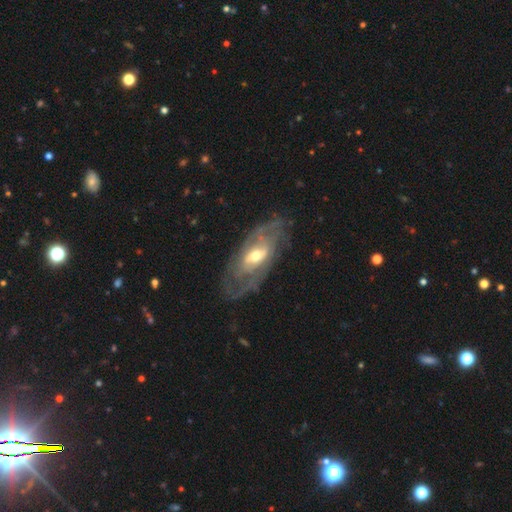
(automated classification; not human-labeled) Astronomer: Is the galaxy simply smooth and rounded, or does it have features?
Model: featured or disk — 80%.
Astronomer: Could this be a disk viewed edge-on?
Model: no — 90%.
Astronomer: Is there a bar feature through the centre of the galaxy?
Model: weak — 42% (runner-up: no, 39%).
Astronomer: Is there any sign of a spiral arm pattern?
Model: yes — 82%.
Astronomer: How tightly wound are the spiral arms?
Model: tight — 54% (runner-up: medium, 33%).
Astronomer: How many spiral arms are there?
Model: can't tell — 48% (runner-up: 2, 30%).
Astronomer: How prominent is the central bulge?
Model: moderate — 65%.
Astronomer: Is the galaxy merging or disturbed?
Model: none — 69%.